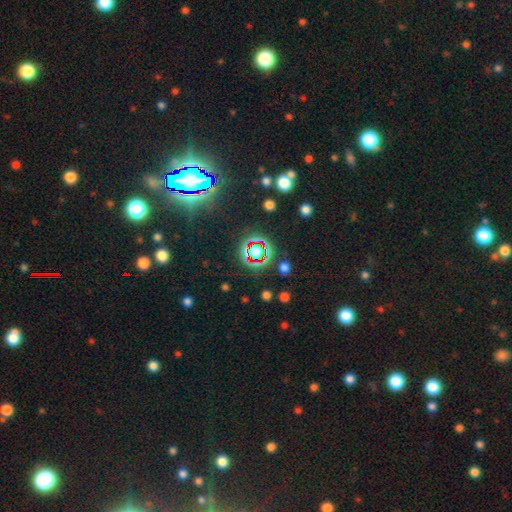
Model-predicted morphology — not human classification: star or artifact 78%, smooth 13%, featured or disk 9%.